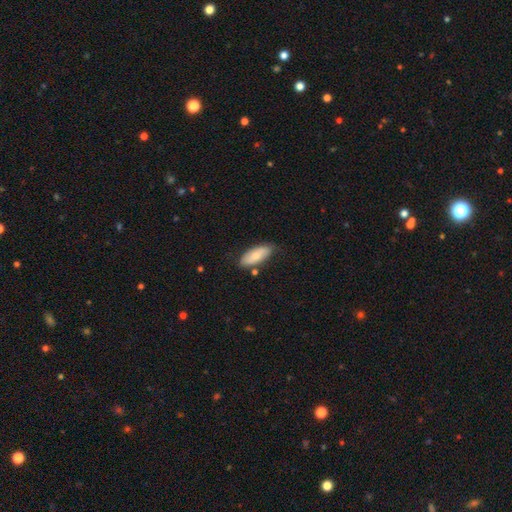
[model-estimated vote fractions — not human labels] A smooth galaxy with no disk features (68%) that is in between round and cigar-shaped (81%). Merging: none (74%).